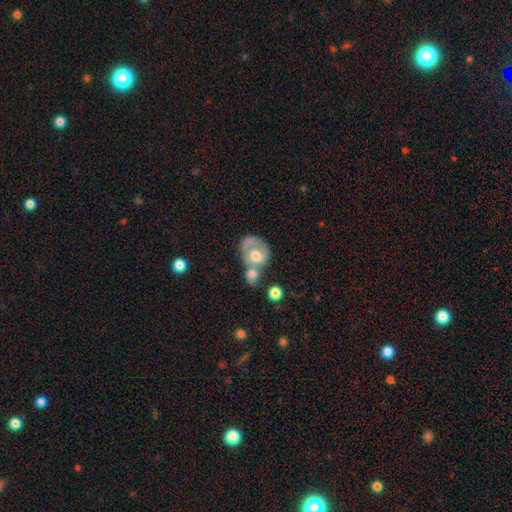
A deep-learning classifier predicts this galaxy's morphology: This is possibly a smooth galaxy (48%). Merging: possibly merger (52%).